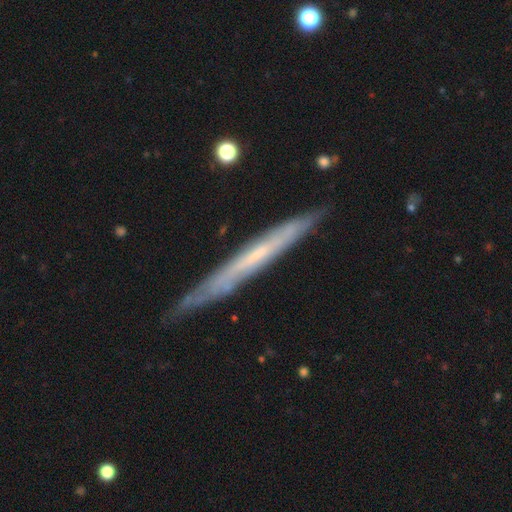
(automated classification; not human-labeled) A featured or disk galaxy (65%) viewed edge-on (88%) with no central bulge (79%).

Vote fractions:
- Smooth or featured? featured or disk: 65% / smooth: 29% / star or artifact: 6%
- Edge-on disk? yes: 88% / no: 12%
- Edge-on bulge? none: 79% / rounded: 16% / boxy: 4%
- Merging? none: 79% / minor disturbance: 17% / major disturbance: 2% / merger: 2%